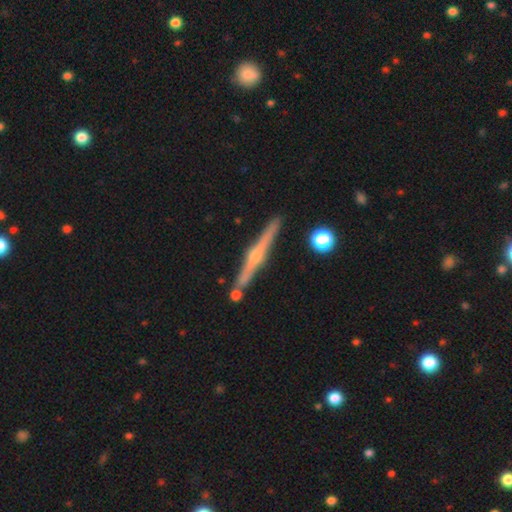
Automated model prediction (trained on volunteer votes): featured or disk 81%, smooth 13%, star or artifact 6%. Down the decision tree: edge-on disk — yes (98%); edge-on bulge — rounded (85%); merging — none (87%).